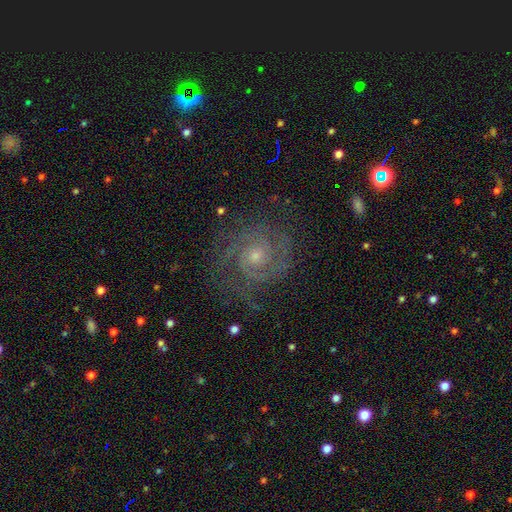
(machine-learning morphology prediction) This appears to be a featured or disk galaxy (87%) with no bar (71%), 2 (56%) tight (66%) spiral arms (97%) and a small central bulge (63%). Merging: none (75%).